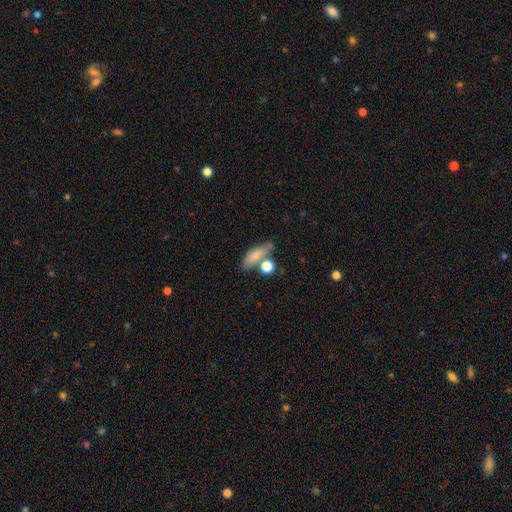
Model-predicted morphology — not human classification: This appears to be a smooth galaxy with no disk features (75%) that is in between round and cigar-shaped (50%). Merging: none (55%).